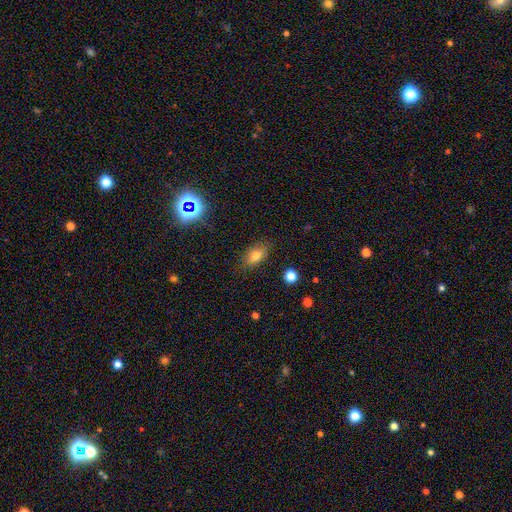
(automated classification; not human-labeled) Overall: smooth (74%). How rounded: in between (85%). Merging: none (83%).